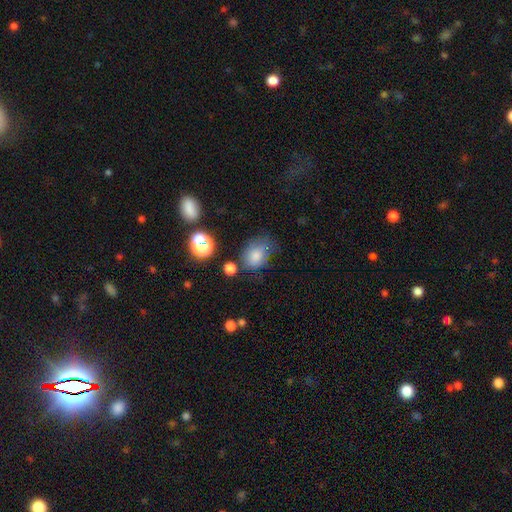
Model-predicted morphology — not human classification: Smooth or featured: smooth — 77% (star or artifact — 13%)
How rounded: in between — 64% (round — 34%)
Merging: none — 54% (minor disturbance — 28%)